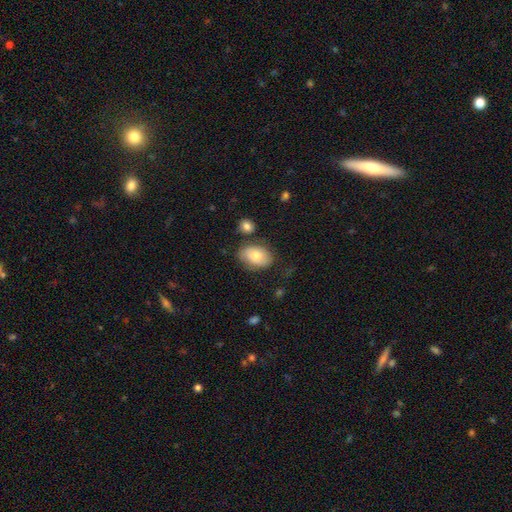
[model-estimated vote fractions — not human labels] smooth-or-featured: smooth: 73% | featured or disk: 19% | star or artifact: 7%
  how-rounded: in between: 84% | round: 15% | cigar-shaped: 1%
  merging: none: 68% | minor disturbance: 20% | major disturbance: 6% | merger: 6%